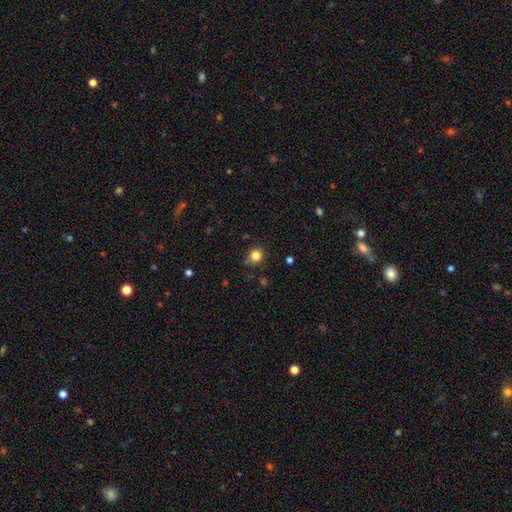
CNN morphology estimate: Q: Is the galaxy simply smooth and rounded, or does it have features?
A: smooth — 82%.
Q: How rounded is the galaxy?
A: round — 80%.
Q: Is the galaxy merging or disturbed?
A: none — 68%.